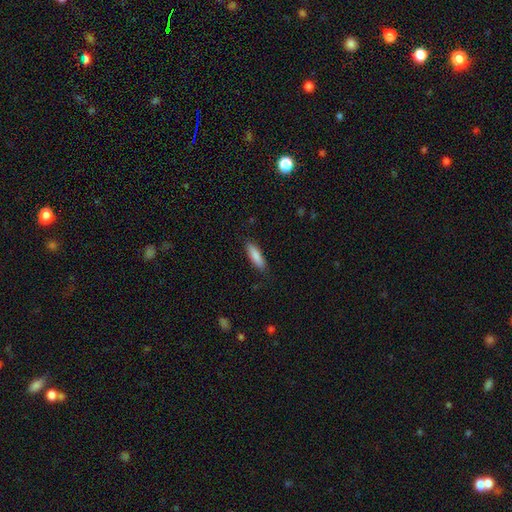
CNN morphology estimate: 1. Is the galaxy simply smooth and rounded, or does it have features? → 86% smooth, 8% featured or disk, 6% star or artifact.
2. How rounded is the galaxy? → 57% cigar-shaped, 41% in between, 2% round.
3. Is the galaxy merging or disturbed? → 87% none, 10% minor disturbance, 2% major disturbance, 1% merger.